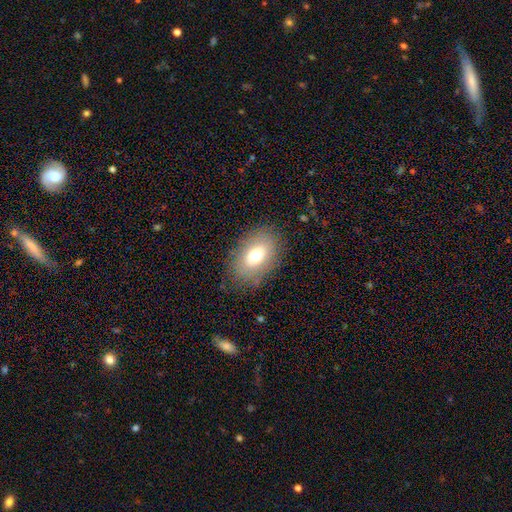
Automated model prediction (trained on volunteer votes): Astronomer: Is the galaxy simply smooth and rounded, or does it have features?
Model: smooth — 69%.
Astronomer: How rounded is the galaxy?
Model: in between — 84%.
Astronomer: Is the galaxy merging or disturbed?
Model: none — 81%.